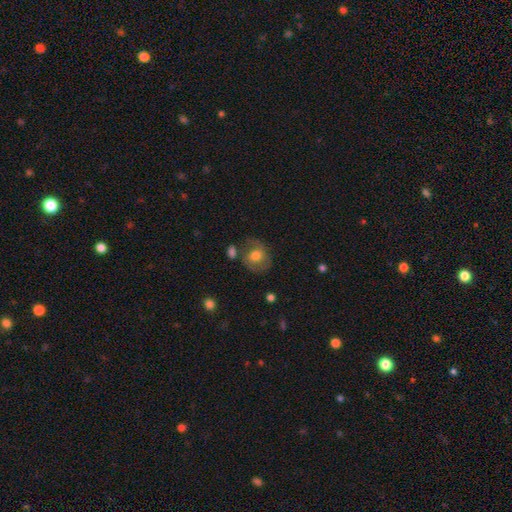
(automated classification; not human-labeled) A smooth galaxy with no disk features (57%) that is round (68%).

Vote fractions:
- Smooth or featured? smooth: 57% / featured or disk: 35% / star or artifact: 8%
- How rounded? round: 68% / in between: 31% / cigar-shaped: 1%
- Merging? none: 61% / minor disturbance: 21% / major disturbance: 11% / merger: 7%